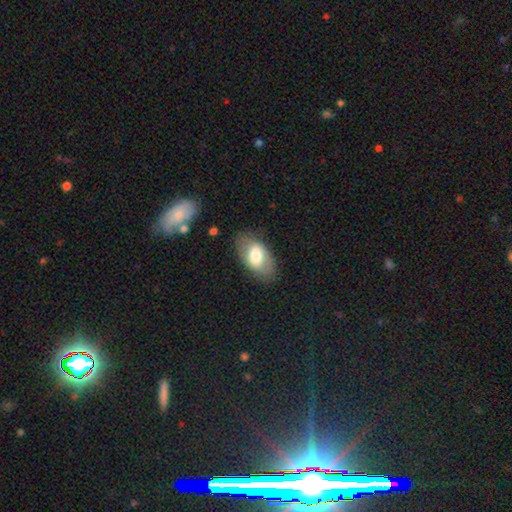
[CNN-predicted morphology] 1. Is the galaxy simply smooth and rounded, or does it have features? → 62% smooth, 31% featured or disk, 7% star or artifact.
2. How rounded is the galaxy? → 93% in between, 5% round, 2% cigar-shaped.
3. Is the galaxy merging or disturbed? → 78% none, 15% minor disturbance, 5% major disturbance, 1% merger.